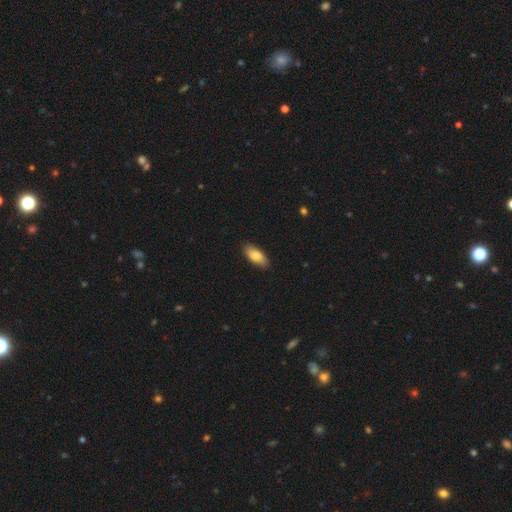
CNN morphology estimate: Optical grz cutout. It shows a smooth galaxy with no disk features (82%) that is in between round and cigar-shaped (87%). Merging: none (88%).